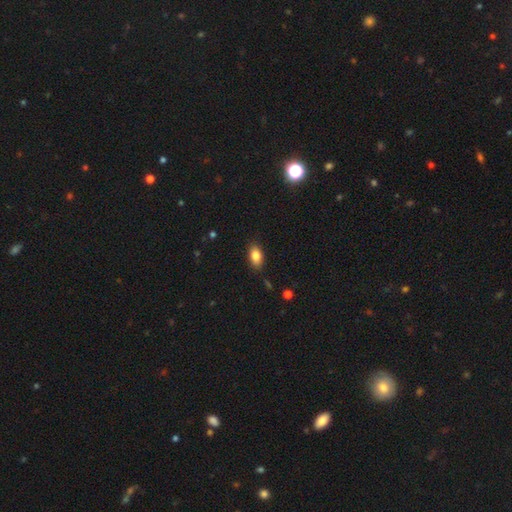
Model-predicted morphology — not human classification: Overall: smooth (85%). How rounded: in between (90%). Merging: none (85%).